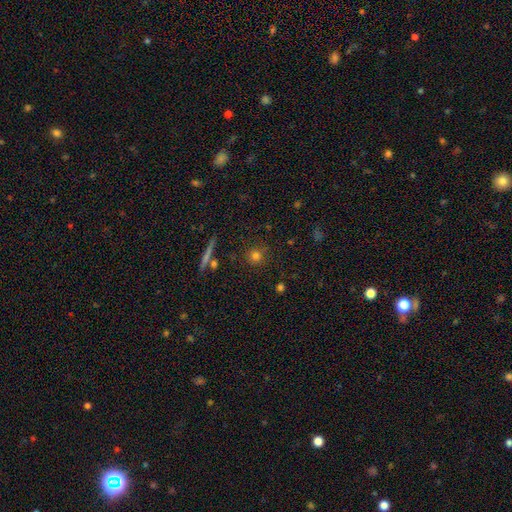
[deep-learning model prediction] smooth-or-featured: smooth: 77% | star or artifact: 14% | featured or disk: 9%
  how-rounded: round: 92% | in between: 6% | cigar-shaped: 2%
  merging: none: 84% | minor disturbance: 9% | merger: 3% | major disturbance: 3%